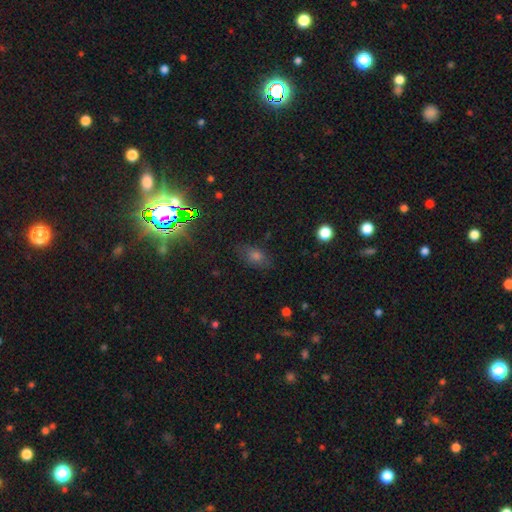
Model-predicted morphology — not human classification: smooth 52%, star or artifact 36%, featured or disk 12%. Down the decision tree: how rounded — in between (74%); merging — none (79%).